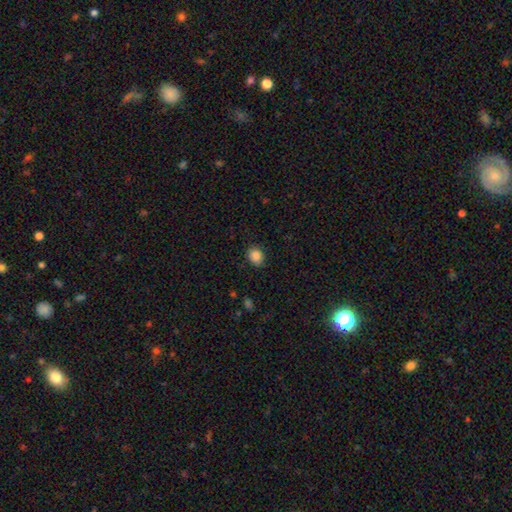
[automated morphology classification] smooth 87%, star or artifact 9%, featured or disk 4%. Down the decision tree: how rounded — round (57%); merging — none (84%).